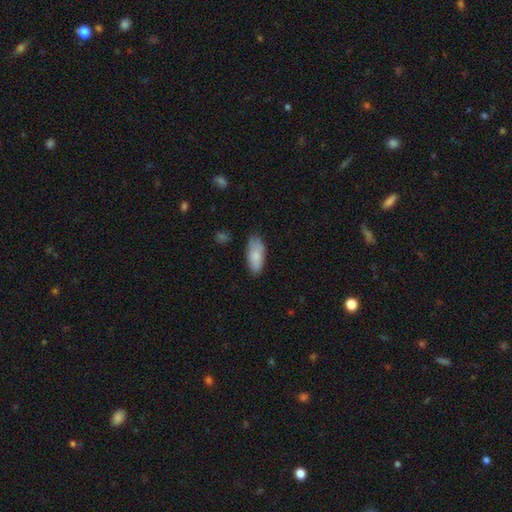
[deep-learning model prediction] Smooth or featured: smooth — 81% (featured or disk — 13%)
How rounded: in between — 87% (cigar-shaped — 11%)
Merging: none — 66% (minor disturbance — 27%)